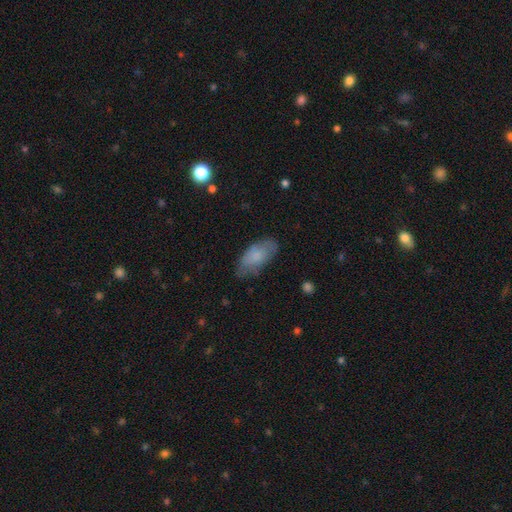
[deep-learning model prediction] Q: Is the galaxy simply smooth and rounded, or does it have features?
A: smooth — 77%.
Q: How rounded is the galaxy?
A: in between — 90%.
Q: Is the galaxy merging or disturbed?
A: none — 70%.